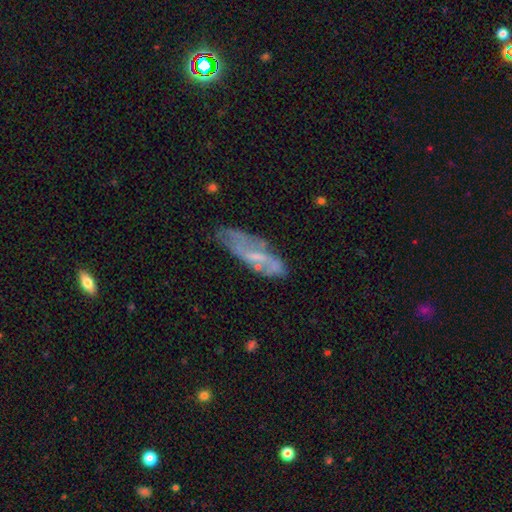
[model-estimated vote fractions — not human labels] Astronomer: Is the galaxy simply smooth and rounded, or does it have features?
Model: featured or disk — 62%.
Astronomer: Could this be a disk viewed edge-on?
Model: no — 79%.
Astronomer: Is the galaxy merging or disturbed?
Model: none — 52% (runner-up: minor disturbance, 28%).